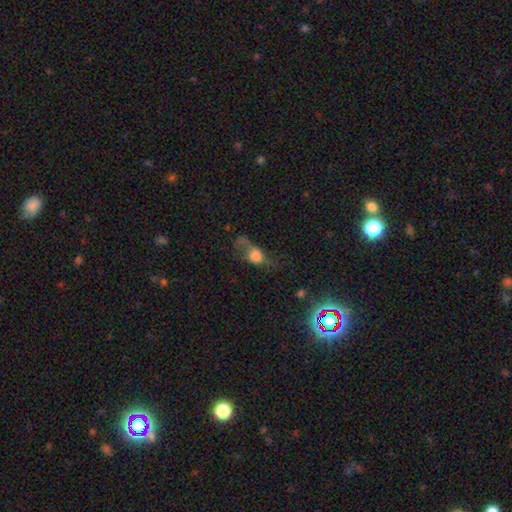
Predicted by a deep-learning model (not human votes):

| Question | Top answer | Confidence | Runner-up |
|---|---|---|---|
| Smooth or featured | smooth | 51% | featured or disk (36%) |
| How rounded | round | 47% | in between (45%) |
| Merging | major disturbance | 45% | none (30%) |